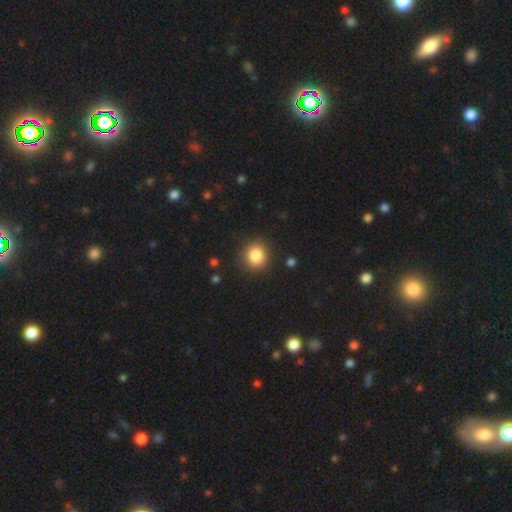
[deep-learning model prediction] Smooth or featured?
  - smooth: 85% *
  - star or artifact: 10%
  - featured or disk: 5%
How rounded?
  - round: 84% *
  - in between: 15%
  - cigar-shaped: 1%
Merging?
  - none: 89% *
  - minor disturbance: 7%
  - major disturbance: 2%
  - merger: 2%